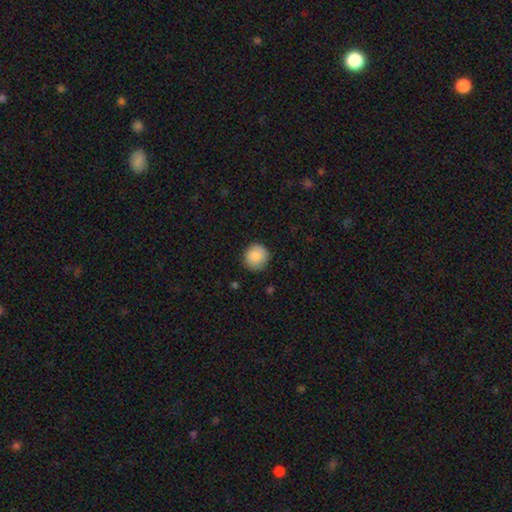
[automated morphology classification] Q: Smooth or featured?
A: smooth (88%); runner-up: star or artifact (8%)
Q: How rounded?
A: round (94%); runner-up: in between (5%)
Q: Merging?
A: none (87%); runner-up: minor disturbance (10%)